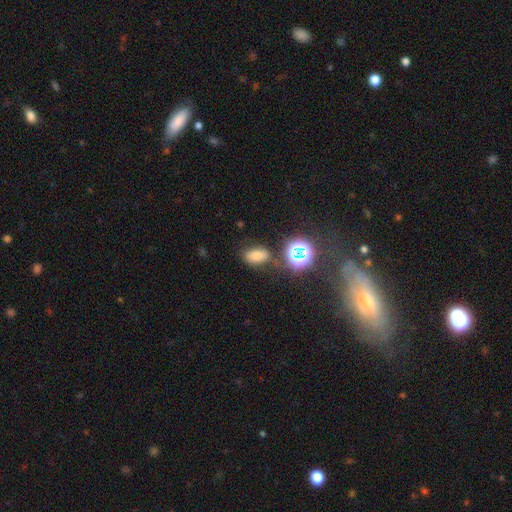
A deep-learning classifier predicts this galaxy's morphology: Smooth or featured? smooth (67%)
How rounded? in between (83%)
Merging? none (71%)